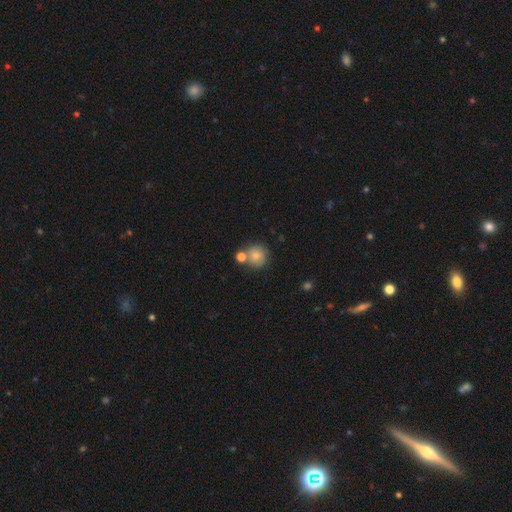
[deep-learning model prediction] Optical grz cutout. It shows a smooth galaxy with no disk features (76%) that is round (91%). Merging: none (62%).